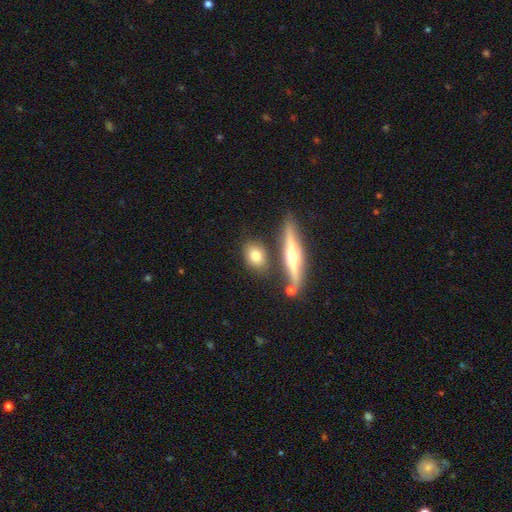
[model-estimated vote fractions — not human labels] Q: Smooth or featured?
A: smooth (72%); runner-up: featured or disk (21%)
Q: How rounded?
A: in between (56%); runner-up: round (33%)
Q: Merging?
A: none (76%); runner-up: minor disturbance (11%)